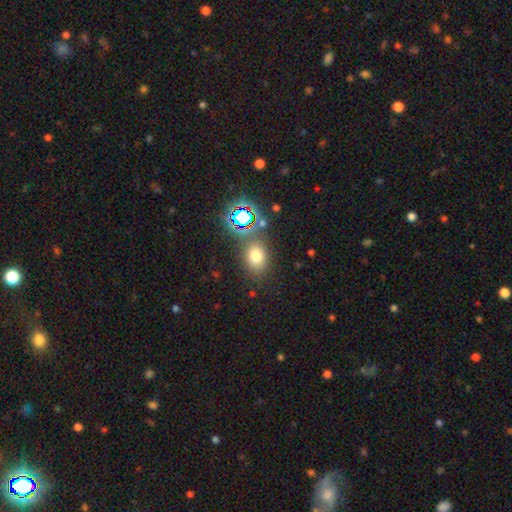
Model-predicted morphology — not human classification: Smooth or featured: smooth — 69% (star or artifact — 22%)
How rounded: in between — 58% (round — 40%)
Merging: none — 75% (minor disturbance — 12%)